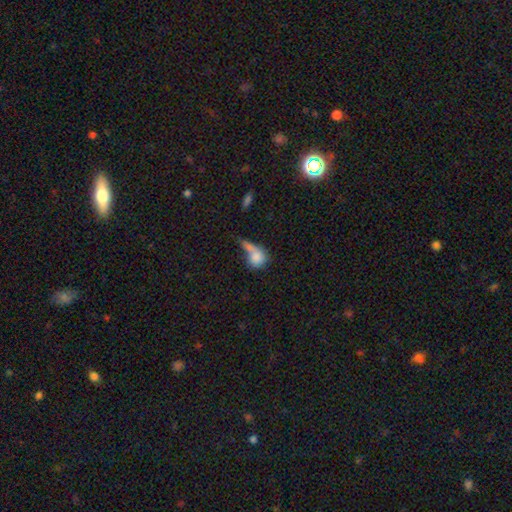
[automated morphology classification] This is likely a smooth galaxy (76%). How rounded: likely round (63%). Merging: marginally merger (34%).